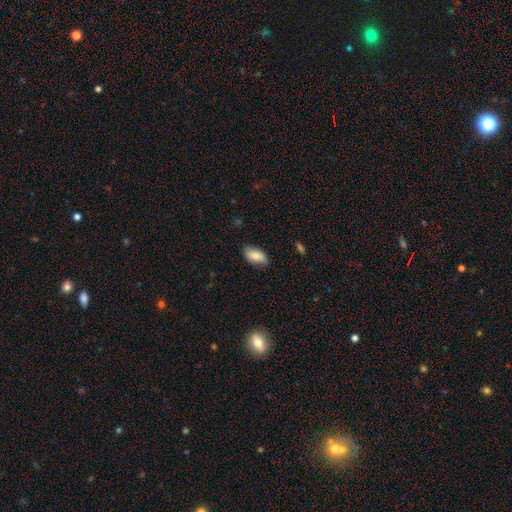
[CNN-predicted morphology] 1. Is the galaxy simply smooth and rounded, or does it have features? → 79% smooth, 14% featured or disk, 7% star or artifact.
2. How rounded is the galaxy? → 92% in between, 5% cigar-shaped, 3% round.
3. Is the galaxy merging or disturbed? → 81% none, 15% minor disturbance, 3% major disturbance, 1% merger.